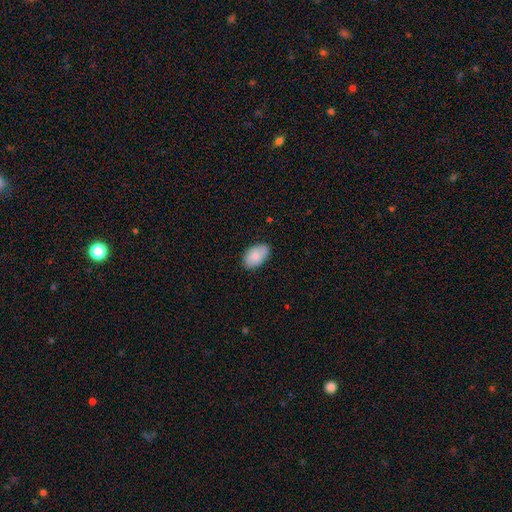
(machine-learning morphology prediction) type=smooth (81%); roundness=in between (93%); merging=none (78%).